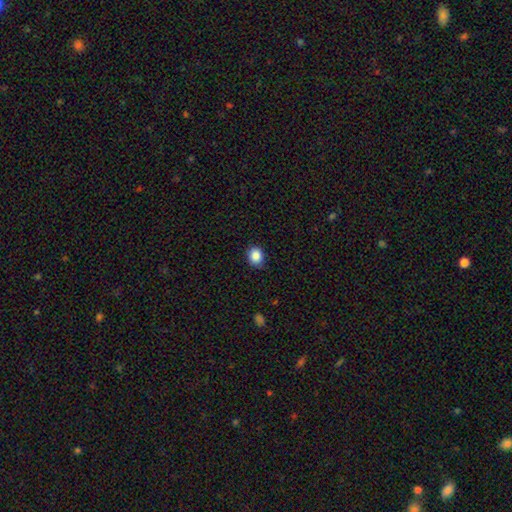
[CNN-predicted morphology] Smooth or featured?
  - smooth: 88% *
  - star or artifact: 9%
  - featured or disk: 3%
How rounded?
  - round: 57% *
  - in between: 42%
  - cigar-shaped: 1%
Merging?
  - none: 87% *
  - minor disturbance: 10%
  - major disturbance: 2%
  - merger: 1%